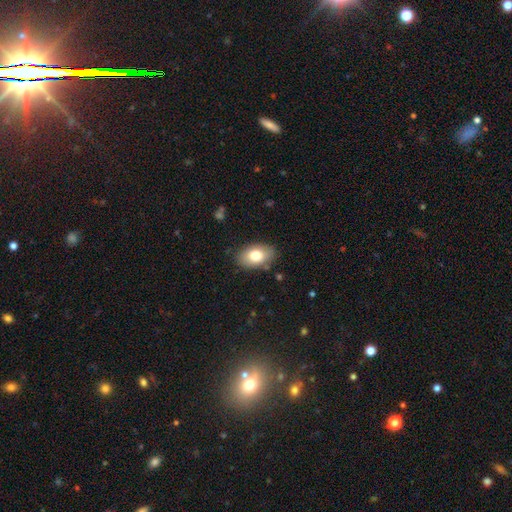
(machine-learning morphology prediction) Smooth or featured?
  - smooth: 77% *
  - featured or disk: 16%
  - star or artifact: 8%
How rounded?
  - in between: 90% *
  - round: 9%
  - cigar-shaped: 1%
Merging?
  - none: 84% *
  - minor disturbance: 11%
  - major disturbance: 3%
  - merger: 1%